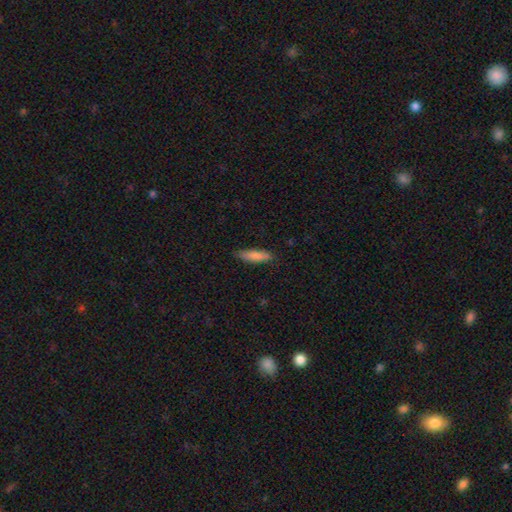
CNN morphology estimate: A smooth galaxy with no disk features (84%) that is cigar-shaped (63%).

Vote fractions:
- Smooth or featured? smooth: 84% / featured or disk: 10% / star or artifact: 6%
- How rounded? cigar-shaped: 63% / in between: 36% / round: 2%
- Merging? none: 80% / minor disturbance: 16% / major disturbance: 3% / merger: 1%